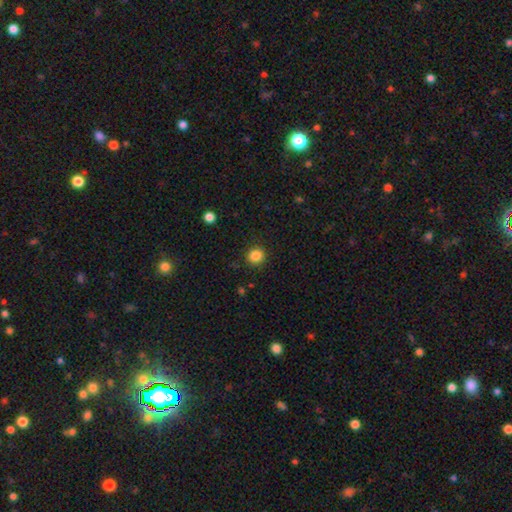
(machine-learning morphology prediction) Smooth or featured? Predicted: smooth (p=0.85). How rounded? Predicted: round (p=0.91). Merging? Predicted: none (p=0.89).